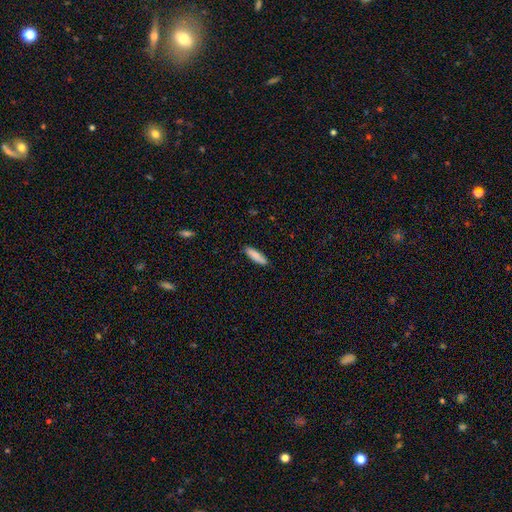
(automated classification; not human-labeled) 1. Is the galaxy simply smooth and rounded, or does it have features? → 87% smooth, 7% featured or disk, 6% star or artifact.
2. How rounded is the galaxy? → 66% cigar-shaped, 33% in between, 1% round.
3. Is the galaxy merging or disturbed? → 90% none, 8% minor disturbance, 2% major disturbance, 1% merger.